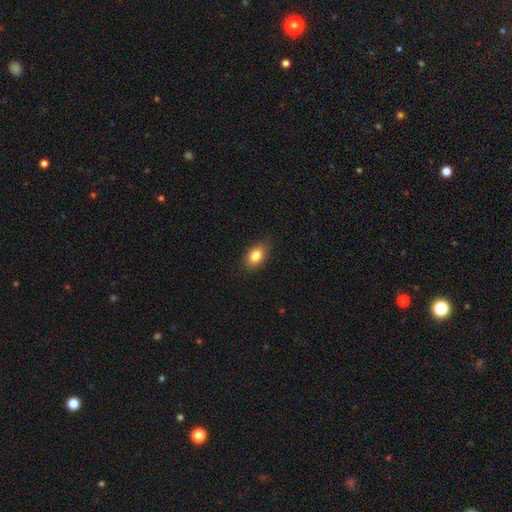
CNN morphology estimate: smooth-or-featured: smooth: 84% | star or artifact: 8% | featured or disk: 8%
  how-rounded: in between: 85% | round: 12% | cigar-shaped: 2%
  merging: none: 84% | minor disturbance: 12% | major disturbance: 3% | merger: 1%